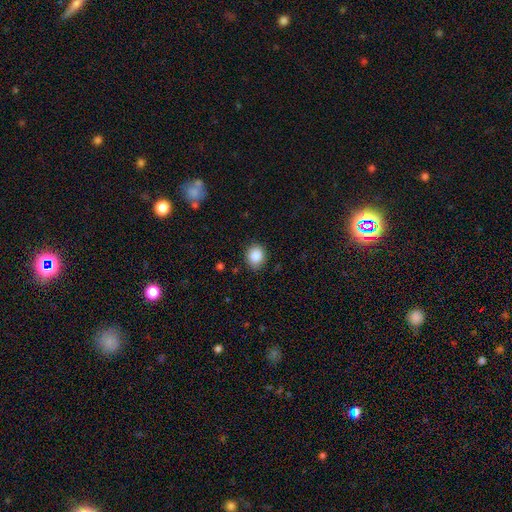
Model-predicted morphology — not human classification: smooth_or_featured: smooth (p=0.86) [alt: star or artifact p=0.09]
how_rounded: round (p=0.69) [alt: in between p=0.30]
merging: none (p=0.86) [alt: minor disturbance p=0.11]